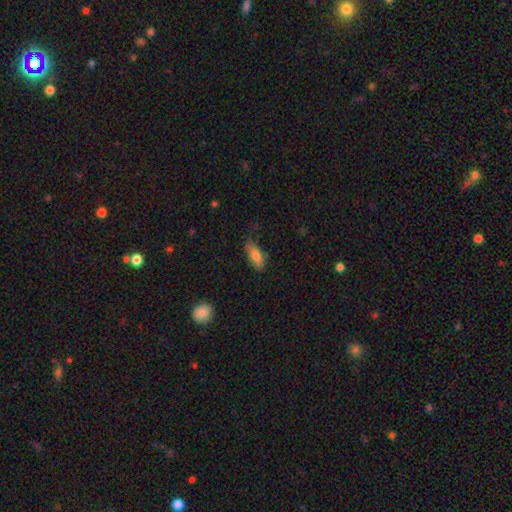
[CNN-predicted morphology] This appears to be a smooth galaxy with no disk features (80%) that is in between round and cigar-shaped (77%). Merging: none (73%).